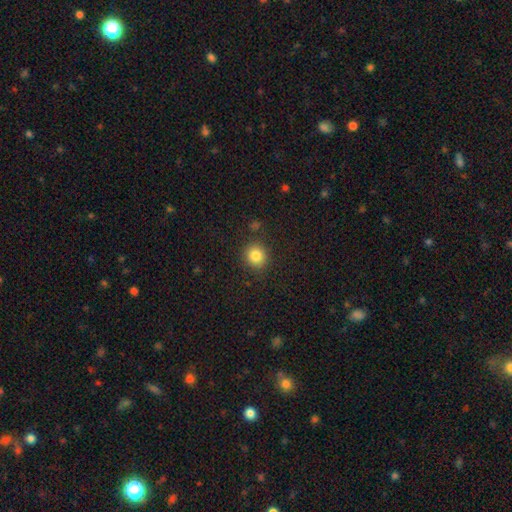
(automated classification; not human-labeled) Morphology: type=smooth (84%); roundness=round (88%); merging=none (87%).